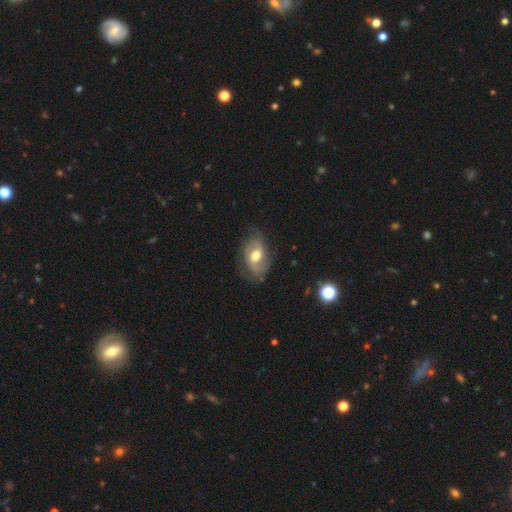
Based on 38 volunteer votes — Smooth or featured? 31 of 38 (82%) said featured or disk. Edge-on disk? 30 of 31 (97%) said no. Bar? 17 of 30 (57%) said no. Spiral arms? 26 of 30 (87%) said yes. Spiral winding? 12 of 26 (46%) said tight. Spiral arm count? 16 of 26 (62%) said 2. Bulge size? 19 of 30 (63%) said moderate. Merging? 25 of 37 (68%) said none.